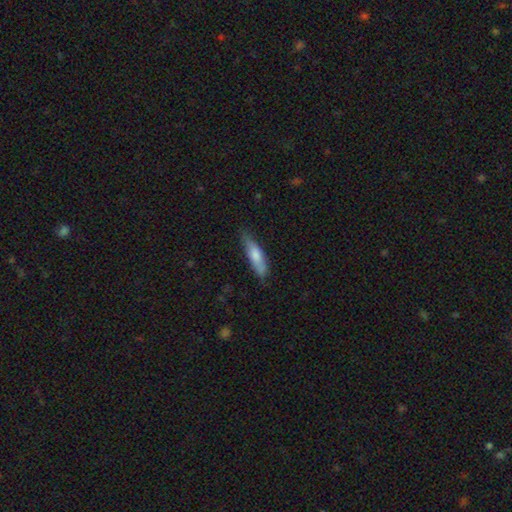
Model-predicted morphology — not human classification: Smooth or featured? Predicted: smooth (p=0.74). How rounded? Predicted: cigar-shaped (p=0.64). Merging? Predicted: none (p=0.70).